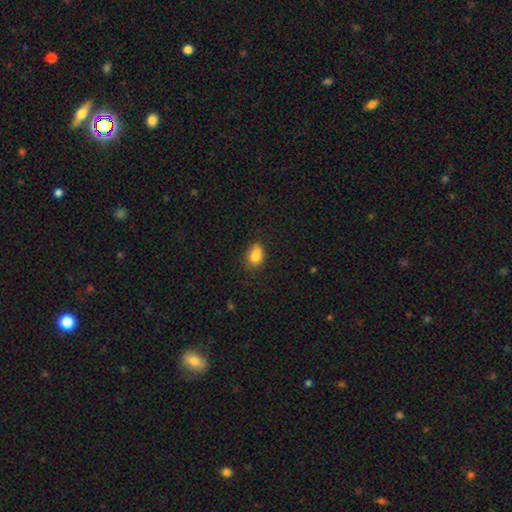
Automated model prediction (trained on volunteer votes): This appears to be a smooth galaxy with no disk features (84%) that is in between round and cigar-shaped (78%). Merging: none (62%).